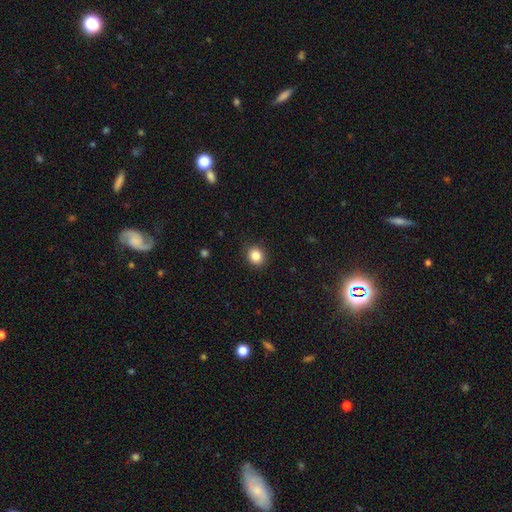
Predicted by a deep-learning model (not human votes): A smooth galaxy with no disk features (85%) that is round (73%). Merging: none (90%).